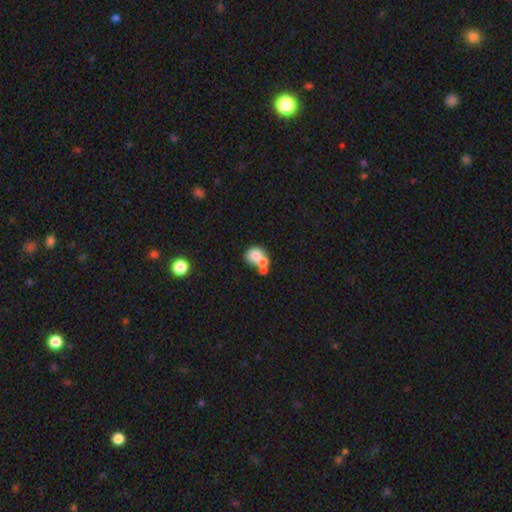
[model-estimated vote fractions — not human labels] A smooth galaxy with no disk features (69%) that is round (72%). Merging: merger (60%).